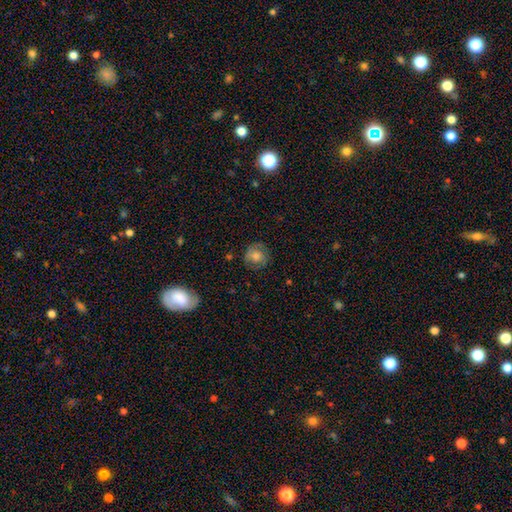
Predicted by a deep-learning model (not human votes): smooth-or-featured: smooth: 62% | featured or disk: 26% | star or artifact: 12%
  how-rounded: round: 86% | in between: 13% | cigar-shaped: 1%
  merging: none: 78% | minor disturbance: 15% | major disturbance: 5% | merger: 1%